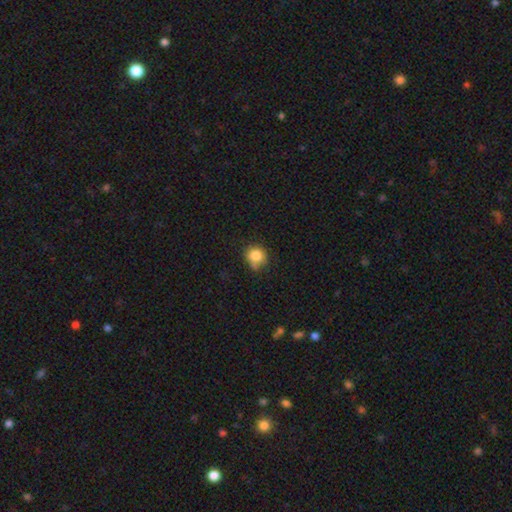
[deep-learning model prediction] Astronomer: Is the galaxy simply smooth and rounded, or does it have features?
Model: smooth — 83%.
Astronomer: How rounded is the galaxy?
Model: round — 83%.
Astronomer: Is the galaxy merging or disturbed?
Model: none — 59%.